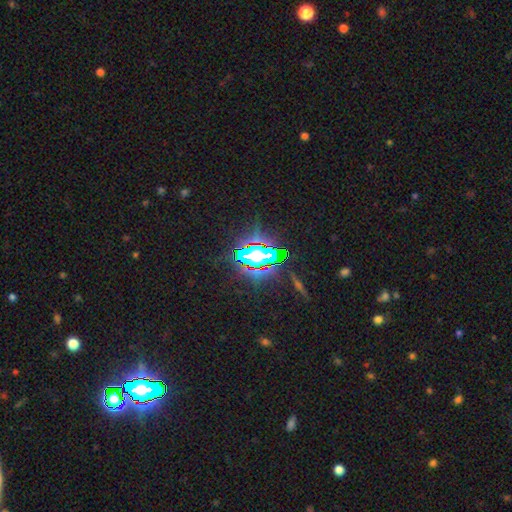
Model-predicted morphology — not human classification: This appears to be a star or artifact, not a galaxy (66%).